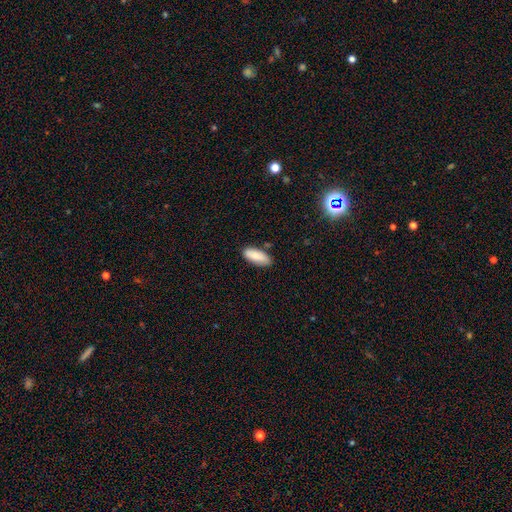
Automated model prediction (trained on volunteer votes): This is clearly a smooth galaxy (86%). How rounded: likely in between (78%). Merging: clearly none (81%).